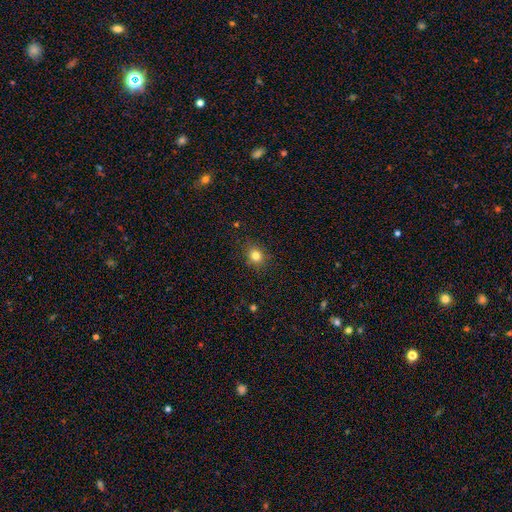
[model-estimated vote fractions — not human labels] smooth 80%, star or artifact 14%, featured or disk 6%. Down the decision tree: how rounded — round (74%); merging — none (87%).